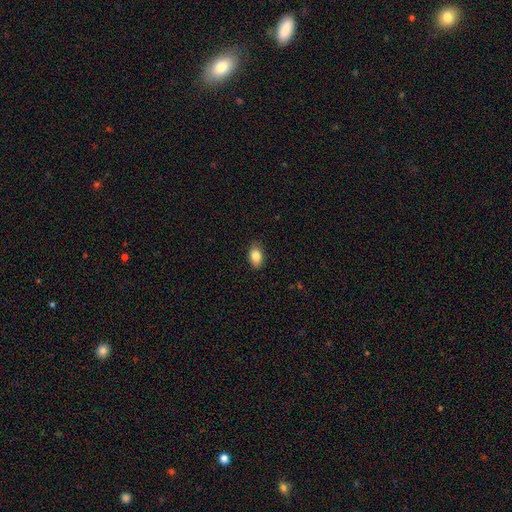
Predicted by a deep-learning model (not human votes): The model was most divided on "merging": none: 84%, minor disturbance: 13%, major disturbance: 2%, merger: 1%. More confident: how rounded — in between (88%); smooth or featured — smooth (84%).